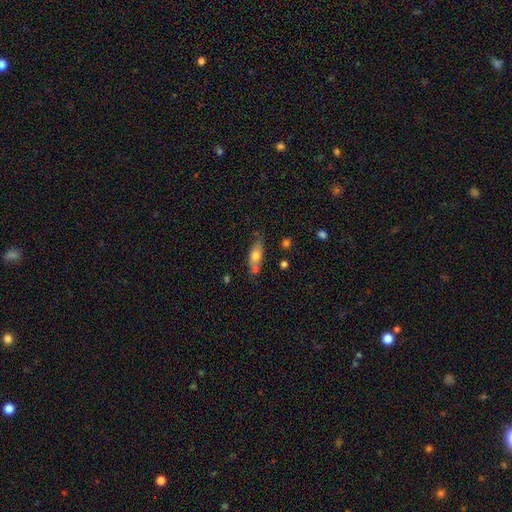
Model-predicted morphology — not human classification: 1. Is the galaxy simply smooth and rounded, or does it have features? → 67% smooth, 25% featured or disk, 8% star or artifact.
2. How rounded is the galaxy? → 67% in between, 28% cigar-shaped, 4% round.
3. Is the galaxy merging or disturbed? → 57% none, 21% minor disturbance, 16% merger, 6% major disturbance.